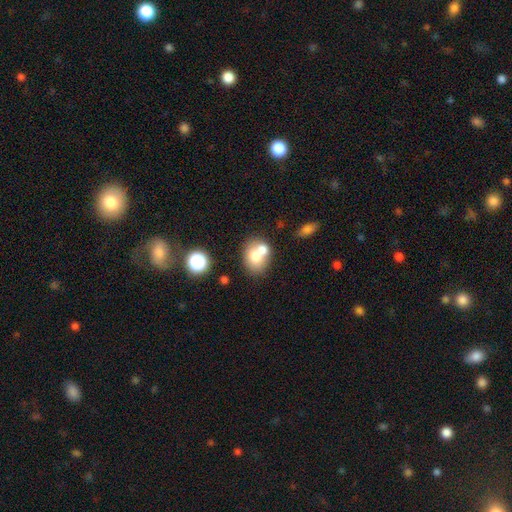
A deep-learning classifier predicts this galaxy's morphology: smooth-or-featured: smooth: 69% | featured or disk: 21% | star or artifact: 10%
  how-rounded: round: 50% | in between: 49% | cigar-shaped: 1%
  merging: merger: 49% | none: 38% | minor disturbance: 9% | major disturbance: 4%